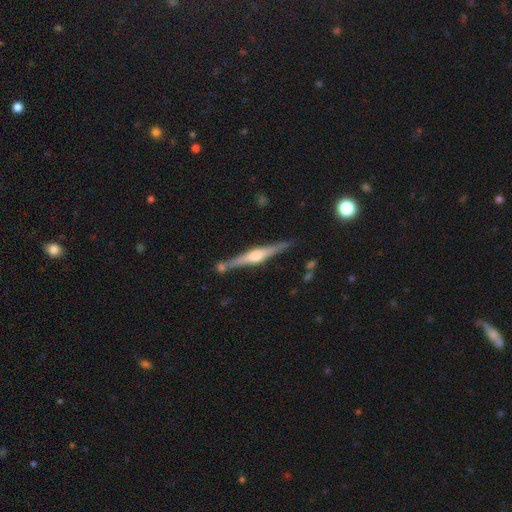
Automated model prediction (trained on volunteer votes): A featured or disk galaxy (76%) viewed edge-on (98%) with a rounded central bulge (88%). Merging: none (82%).